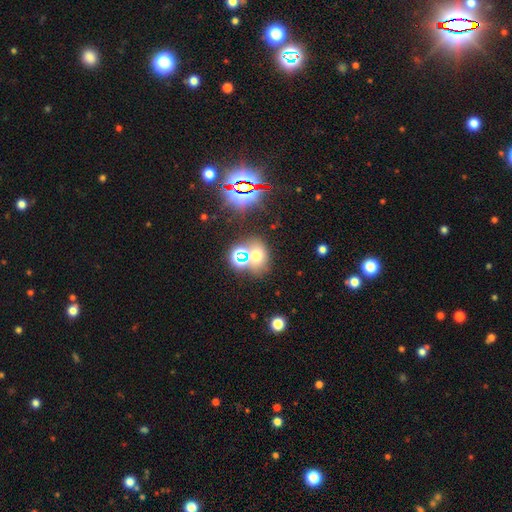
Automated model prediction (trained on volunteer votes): Smooth or featured? Predicted: smooth (p=0.55). How rounded? Predicted: round (p=0.55). Merging? Predicted: none (p=0.55).